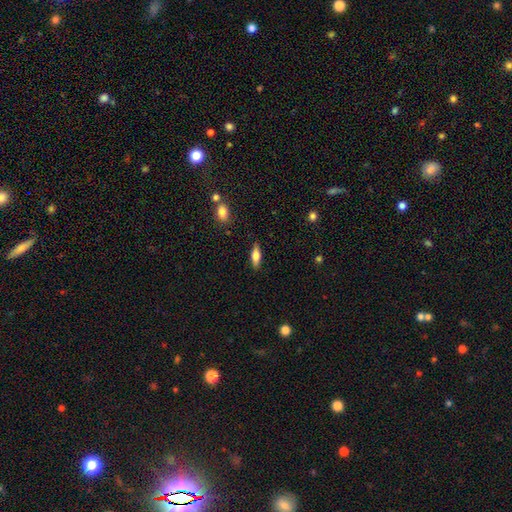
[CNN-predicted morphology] A smooth galaxy with no disk features (69%) that is in between round and cigar-shaped (62%). Merging: none (86%).